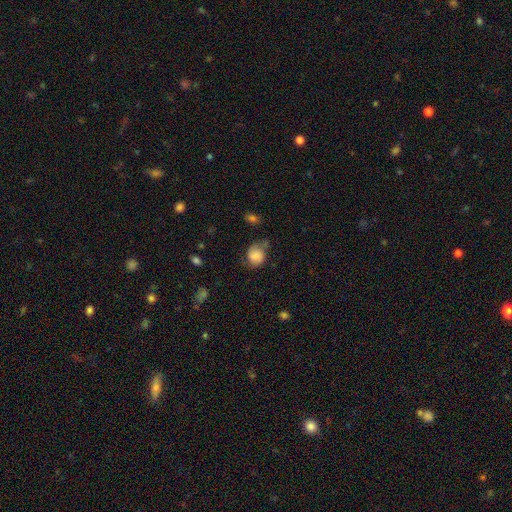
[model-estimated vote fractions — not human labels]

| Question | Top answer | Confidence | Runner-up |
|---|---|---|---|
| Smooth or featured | smooth | 71% | featured or disk (20%) |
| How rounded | round | 61% | in between (38%) |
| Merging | none | 48% | minor disturbance (32%) |